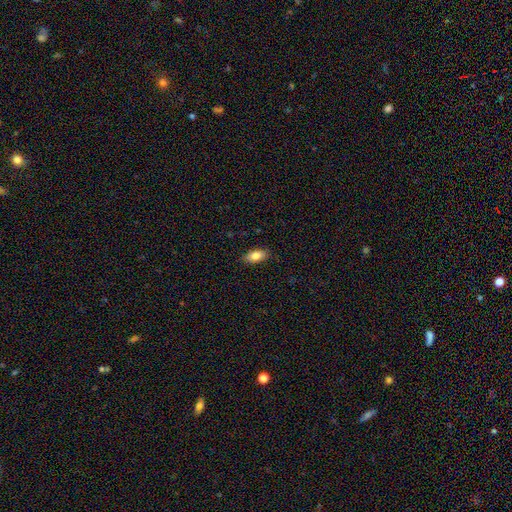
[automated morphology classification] The model was most divided on "smooth or featured": smooth: 82%, featured or disk: 11%, star or artifact: 7%. More confident: how rounded — in between (87%); merging — none (87%).